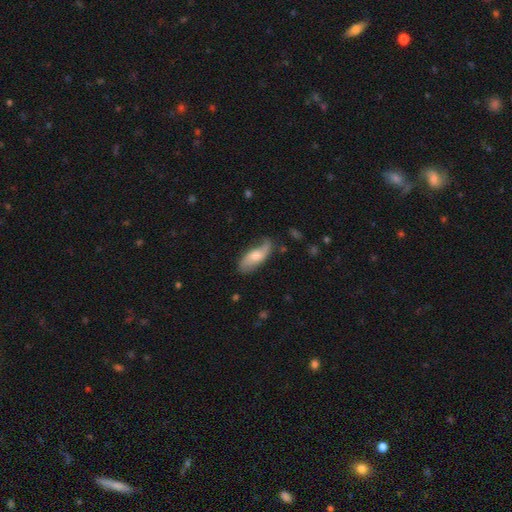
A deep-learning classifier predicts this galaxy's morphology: type=smooth (48%); merging=none (57%).